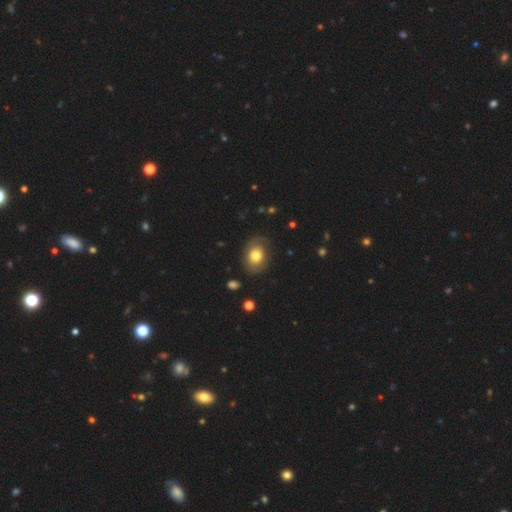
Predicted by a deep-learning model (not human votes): Q: Smooth or featured?
A: smooth (61%); runner-up: featured or disk (31%)
Q: How rounded?
A: in between (59%); runner-up: round (40%)
Q: Merging?
A: none (74%); runner-up: minor disturbance (17%)